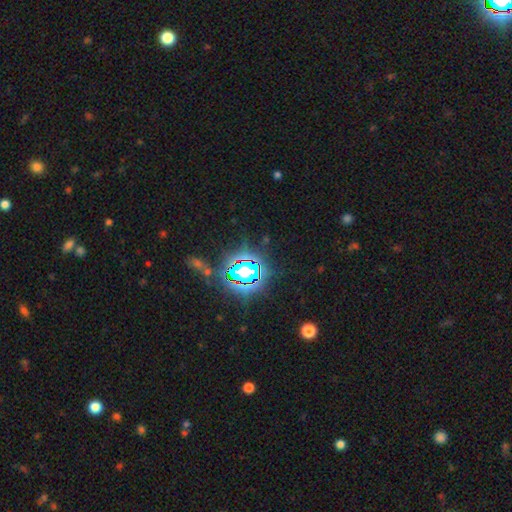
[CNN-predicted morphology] Overall: star or artifact (80%).